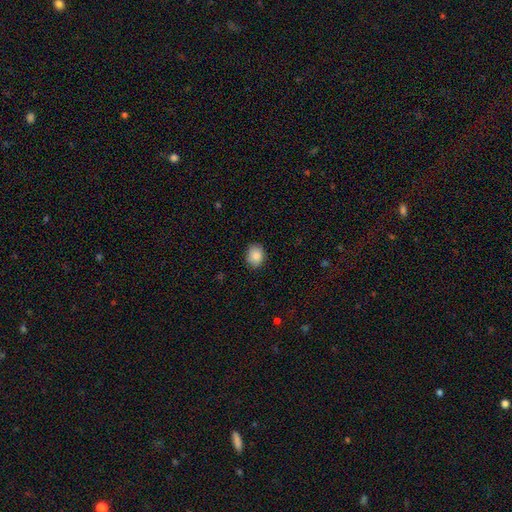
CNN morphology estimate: A smooth galaxy with no disk features (87%) that is in between round and cigar-shaped (52%).

Vote fractions:
- Smooth or featured? smooth: 87% / star or artifact: 8% / featured or disk: 5%
- How rounded? in between: 52% / round: 48% / cigar-shaped: 1%
- Merging? none: 87% / minor disturbance: 10% / major disturbance: 2% / merger: 1%